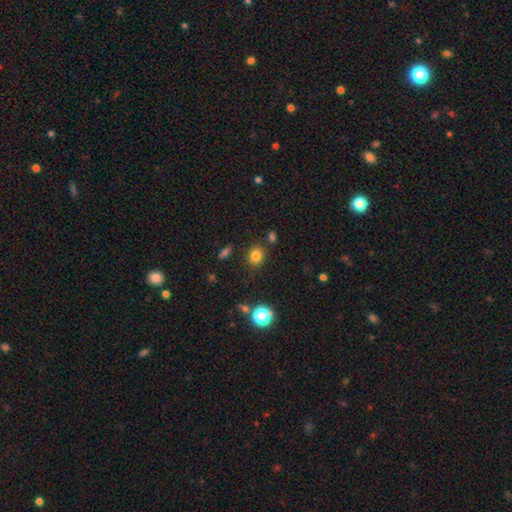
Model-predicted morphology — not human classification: Smooth or featured? smooth (80%)
How rounded? round (63%)
Merging? none (82%)